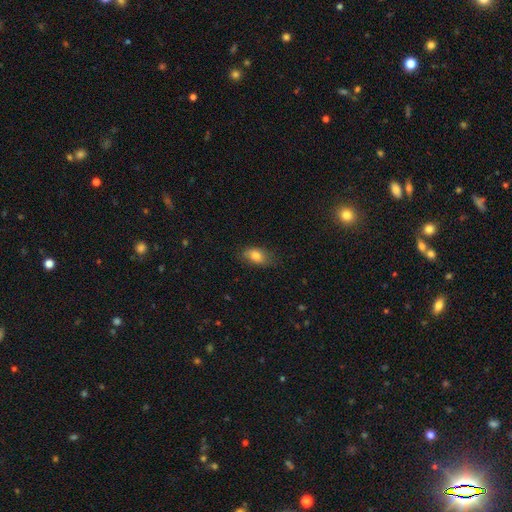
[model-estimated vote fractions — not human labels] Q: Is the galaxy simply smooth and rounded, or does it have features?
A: smooth — 82%.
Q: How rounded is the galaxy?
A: in between — 87%.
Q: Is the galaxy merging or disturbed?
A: none — 74%.